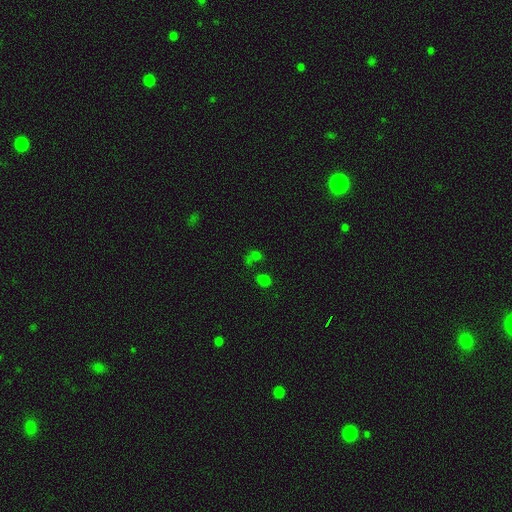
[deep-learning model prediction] The model was most divided on "merging": none: 45%, merger: 32%, minor disturbance: 12%, major disturbance: 11%. More confident: how rounded — round (61%); smooth or featured — smooth (51%).